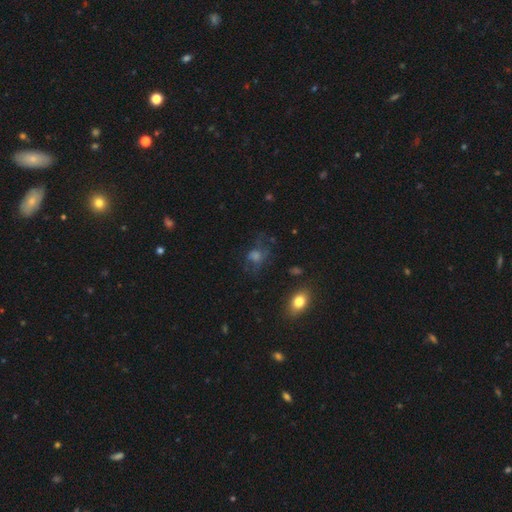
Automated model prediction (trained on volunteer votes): Smooth or featured?
  - smooth: 39% *
  - featured or disk: 34%
  - star or artifact: 27%
Merging?
  - none: 55% *
  - major disturbance: 23%
  - minor disturbance: 19%
  - merger: 3%